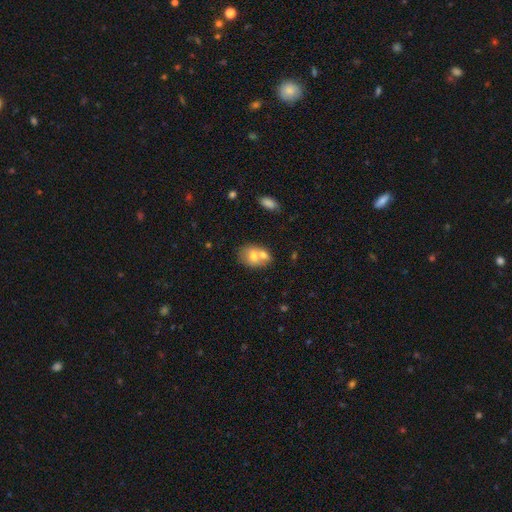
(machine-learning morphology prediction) A smooth galaxy with no disk features (67%) that is in between round and cigar-shaped (61%). Merging: merger (51%).